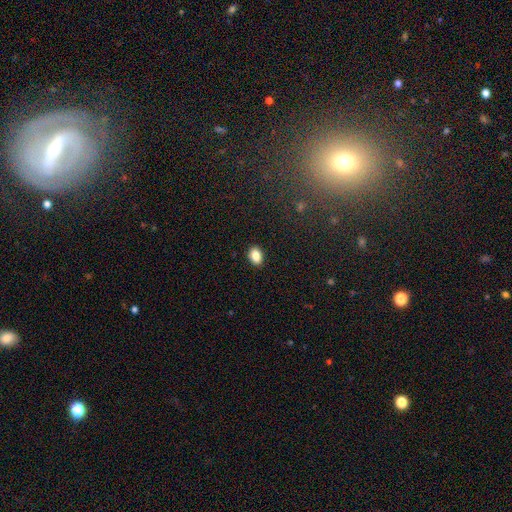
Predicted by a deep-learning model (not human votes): This appears to be a smooth galaxy with no disk features (85%) that is in between round and cigar-shaped (78%). Merging: none (90%).